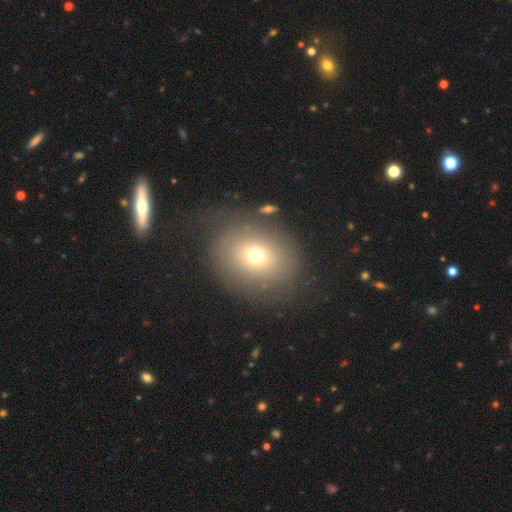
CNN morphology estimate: A smooth galaxy with no disk features (66%) that is round (60%).

Vote fractions:
- Smooth or featured? smooth: 66% / featured or disk: 19% / star or artifact: 15%
- How rounded? round: 60% / in between: 39% / cigar-shaped: 1%
- Merging? none: 70% / minor disturbance: 15% / major disturbance: 12% / merger: 3%